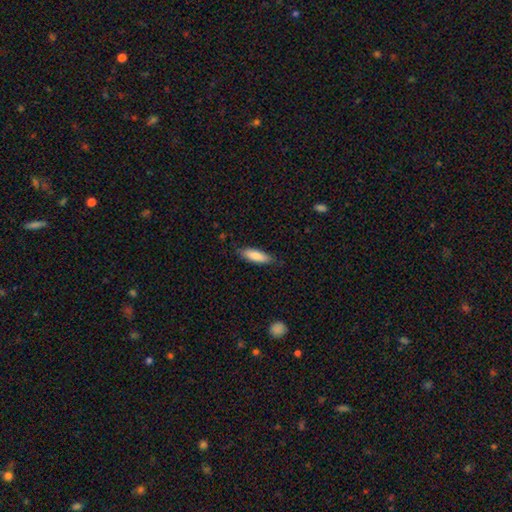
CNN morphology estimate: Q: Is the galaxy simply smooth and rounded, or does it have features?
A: smooth — 83%.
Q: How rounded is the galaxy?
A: cigar-shaped — 50%.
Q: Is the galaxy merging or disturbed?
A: none — 81%.